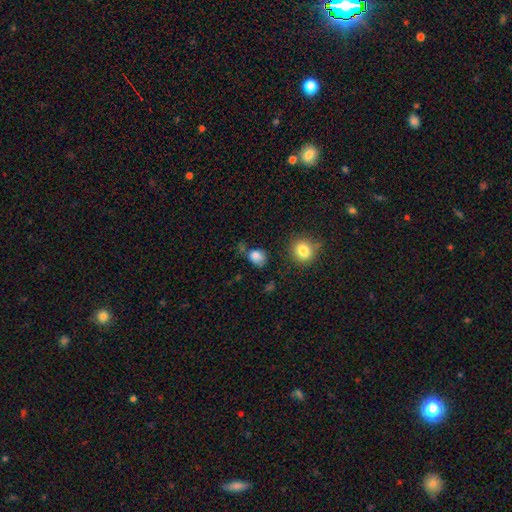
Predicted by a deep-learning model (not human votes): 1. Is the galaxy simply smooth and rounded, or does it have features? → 83% smooth, 11% star or artifact, 6% featured or disk.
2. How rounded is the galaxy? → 51% in between, 48% round, 1% cigar-shaped.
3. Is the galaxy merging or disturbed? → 56% none, 24% minor disturbance, 10% merger, 10% major disturbance.